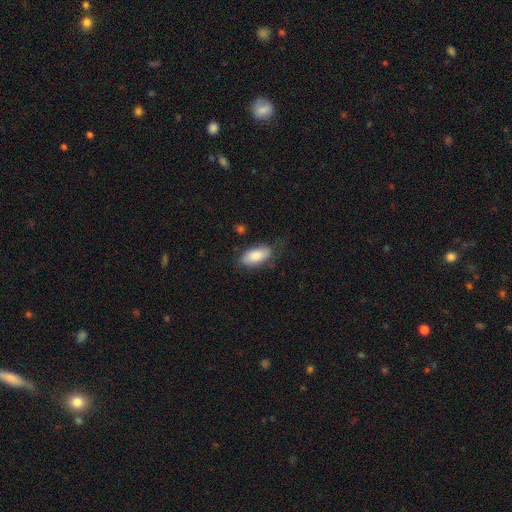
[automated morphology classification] The model was most divided on "merging": none: 66%, minor disturbance: 24%, major disturbance: 8%, merger: 2%. More confident: how rounded — in between (92%); smooth or featured — smooth (82%).